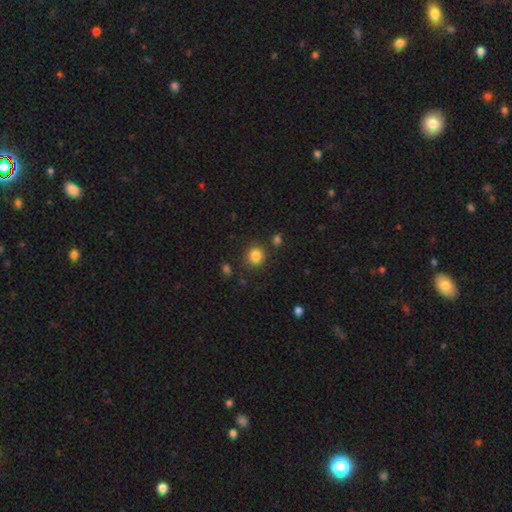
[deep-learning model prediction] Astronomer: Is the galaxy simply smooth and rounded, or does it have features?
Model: smooth — 84%.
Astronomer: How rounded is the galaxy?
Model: round — 87%.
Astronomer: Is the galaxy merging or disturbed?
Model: none — 84%.